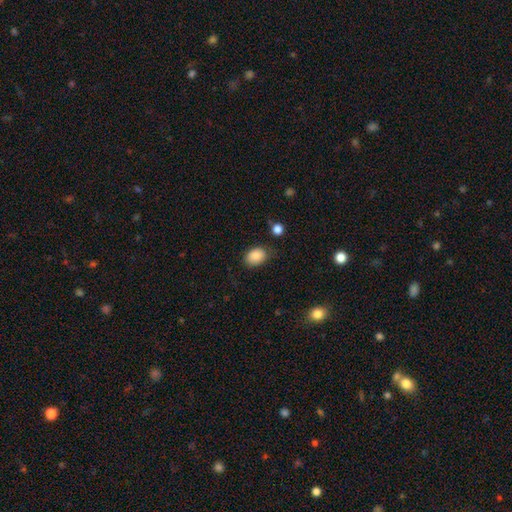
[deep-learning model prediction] This appears to be a smooth galaxy with no disk features (87%) that is in between round and cigar-shaped (75%). Merging: none (74%).